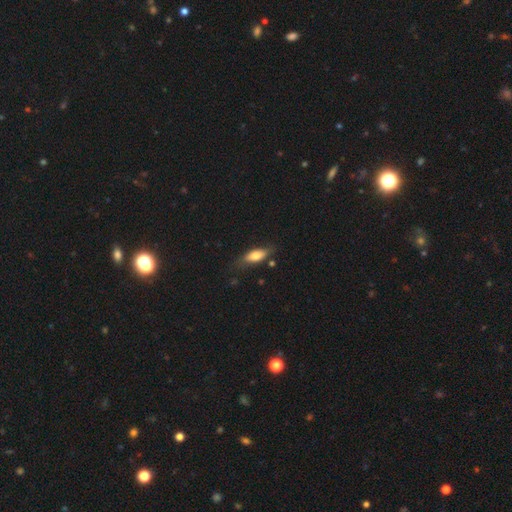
Morphology: type=smooth (69%); roundness=in between (81%); merging=none (71%).